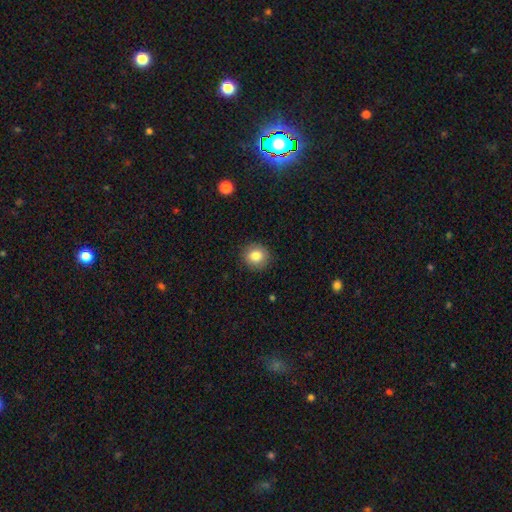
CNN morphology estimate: smooth 83%, star or artifact 9%, featured or disk 8%. Down the decision tree: how rounded — round (87%); merging — none (90%).